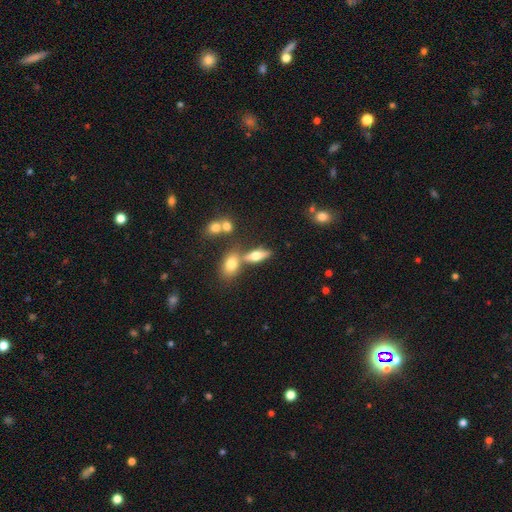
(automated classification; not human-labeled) A smooth galaxy with no disk features (52%) that is in between round and cigar-shaped (61%).

Vote fractions:
- Smooth or featured? smooth: 52% / featured or disk: 39% / star or artifact: 10%
- How rounded? in between: 61% / cigar-shaped: 31% / round: 8%
- Merging? none: 55% / merger: 29% / minor disturbance: 11% / major disturbance: 5%